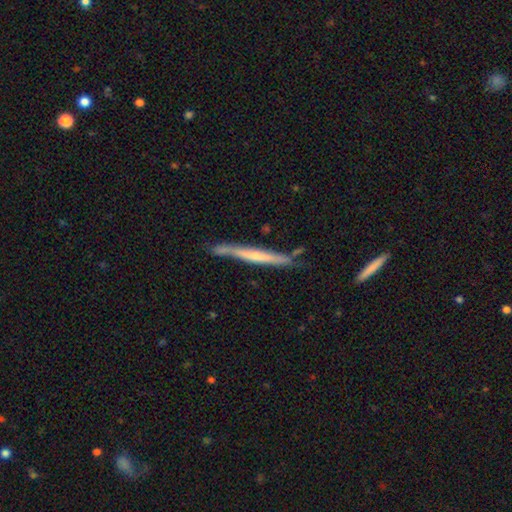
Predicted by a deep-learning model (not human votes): Smooth or featured: featured or disk — 59% (smooth — 35%)
Edge-on disk: yes — 94% (no — 6%)
Edge-on bulge: none — 52% (rounded — 40%)
Merging: none — 73% (minor disturbance — 20%)